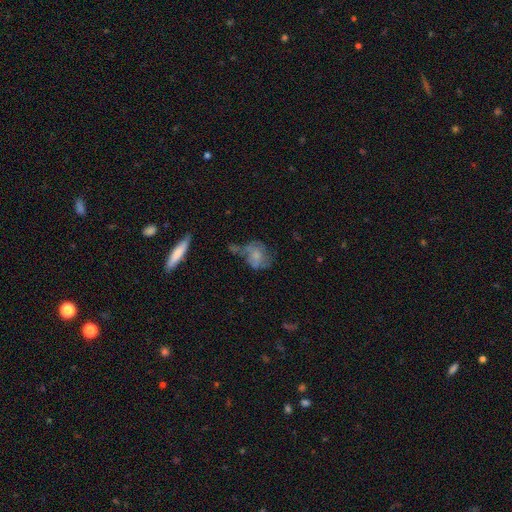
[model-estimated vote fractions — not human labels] Smooth or featured? Predicted: smooth (p=0.54). How rounded? Predicted: in between (p=0.53). Merging? Predicted: none (p=0.30).